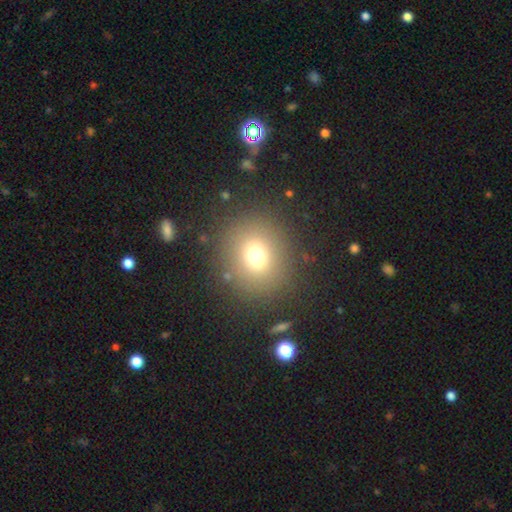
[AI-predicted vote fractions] smooth_or_featured: smooth (p=0.70) [alt: star or artifact p=0.20]
how_rounded: round (p=0.85) [alt: in between p=0.14]
merging: none (p=0.85) [alt: minor disturbance p=0.07]